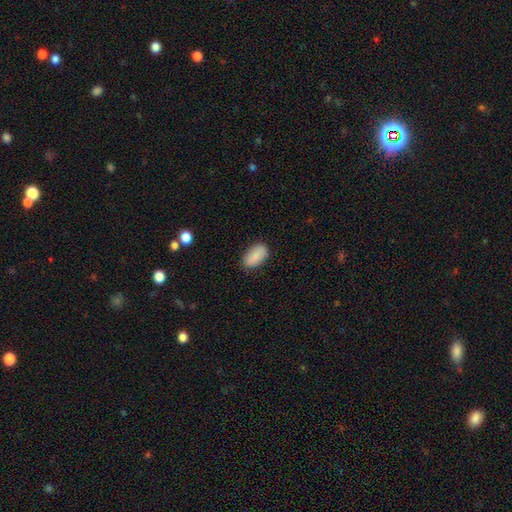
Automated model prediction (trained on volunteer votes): Morphology: type=smooth (85%); roundness=in between (93%); merging=none (83%).